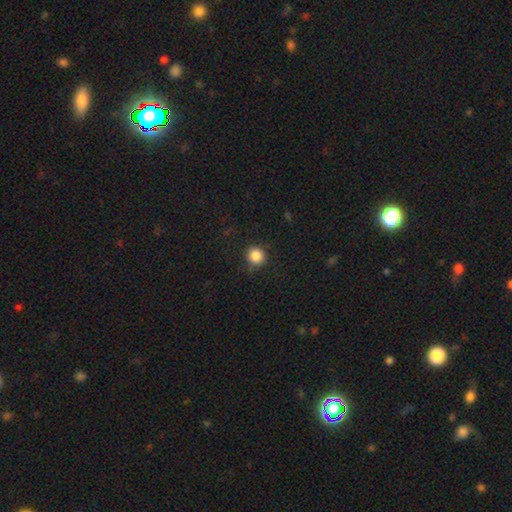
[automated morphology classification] smooth-or-featured: smooth: 86% | star or artifact: 10% | featured or disk: 3%
  how-rounded: round: 90% | in between: 9% | cigar-shaped: 1%
  merging: none: 85% | minor disturbance: 11% | major disturbance: 3% | merger: 1%